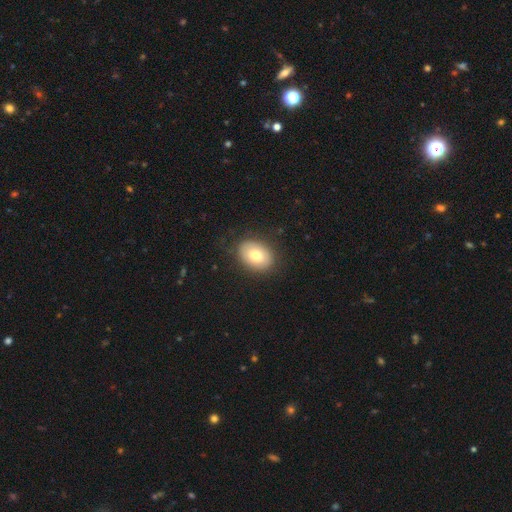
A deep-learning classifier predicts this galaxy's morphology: A smooth galaxy with no disk features (75%) that is in between round and cigar-shaped (74%). Merging: none (84%).